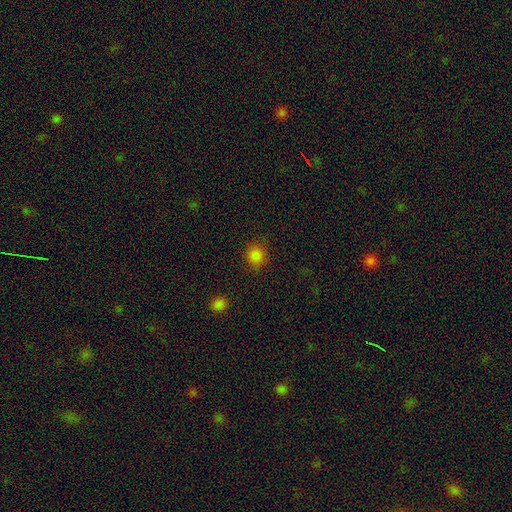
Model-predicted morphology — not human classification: smooth_or_featured: smooth (p=0.84) [alt: star or artifact p=0.13]
how_rounded: round (p=0.86) [alt: in between p=0.13]
merging: none (p=0.85) [alt: minor disturbance p=0.10]